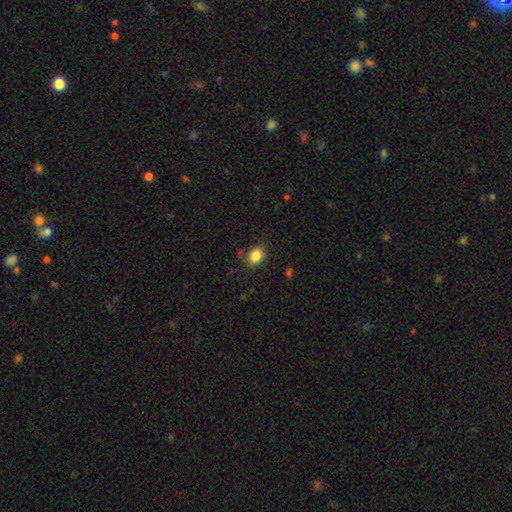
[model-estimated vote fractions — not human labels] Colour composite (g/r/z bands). It shows a smooth galaxy with no disk features (85%) that is in between round and cigar-shaped (52%). Merging: none (82%).